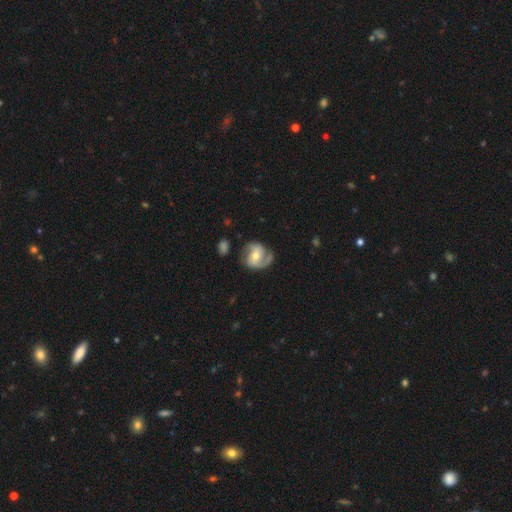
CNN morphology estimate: Smooth or featured? Predicted: featured or disk (p=0.81). Edge-on disk? Predicted: no (p=0.98). Bar? Predicted: no (p=0.49). Spiral arms? Predicted: yes (p=0.95). Spiral winding? Predicted: medium (p=0.48). Spiral arm count? Predicted: 2 (p=0.80). Bulge size? Predicted: moderate (p=0.59). Merging? Predicted: none (p=0.68).